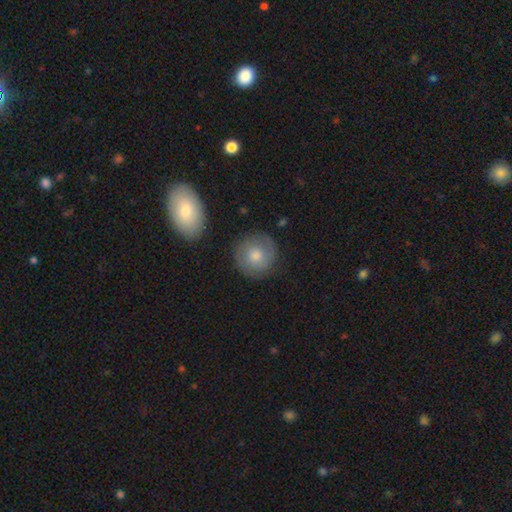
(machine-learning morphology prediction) type=smooth (62%); roundness=round (89%); merging=none (84%).